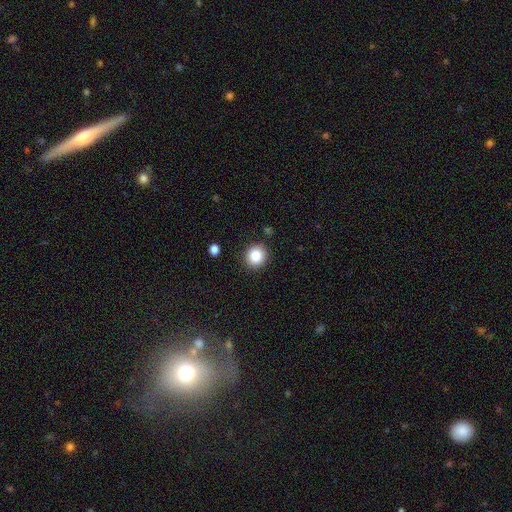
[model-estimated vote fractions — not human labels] smooth-or-featured: smooth: 85% | star or artifact: 10% | featured or disk: 6%
  how-rounded: round: 88% | in between: 11% | cigar-shaped: 1%
  merging: none: 89% | minor disturbance: 7% | major disturbance: 2% | merger: 2%